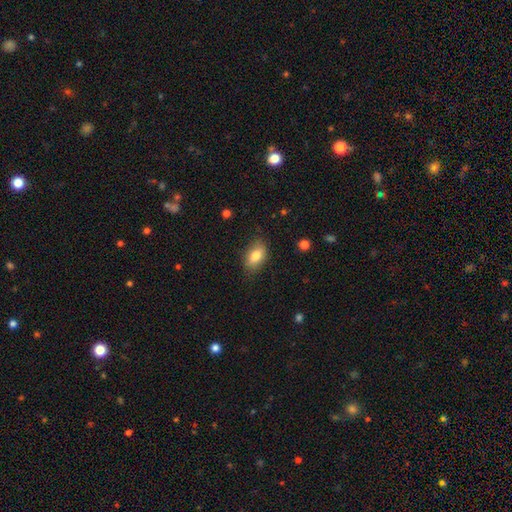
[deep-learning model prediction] smooth_or_featured: smooth (p=0.80) [alt: featured or disk p=0.12]
how_rounded: in between (p=0.88) [alt: round p=0.09]
merging: none (p=0.77) [alt: minor disturbance p=0.18]